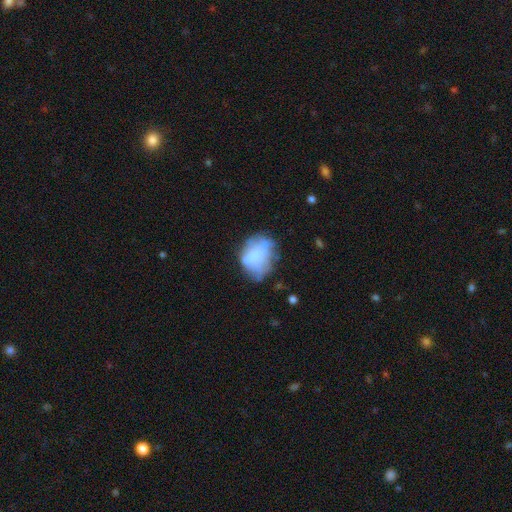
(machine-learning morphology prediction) smooth-or-featured: smooth: 52% | featured or disk: 38% | star or artifact: 10%
  how-rounded: in between: 69% | round: 29% | cigar-shaped: 2%
  merging: none: 40% | minor disturbance: 26% | major disturbance: 22% | merger: 12%